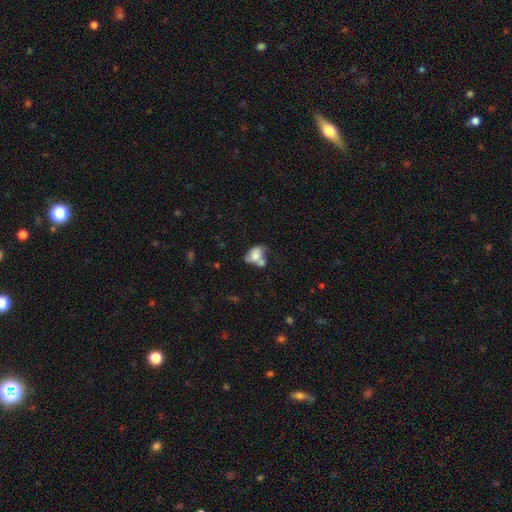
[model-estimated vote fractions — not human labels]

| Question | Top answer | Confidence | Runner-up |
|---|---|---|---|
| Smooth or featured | smooth | 68% | featured or disk (23%) |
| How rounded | in between | 78% | round (20%) |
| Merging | merger | 42% | none (26%) |